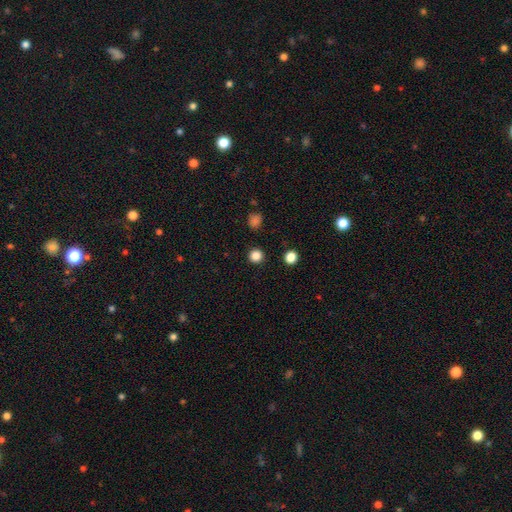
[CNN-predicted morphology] Smooth or featured?
  - smooth: 84% *
  - star or artifact: 13%
  - featured or disk: 3%
How rounded?
  - round: 94% *
  - in between: 5%
  - cigar-shaped: 1%
Merging?
  - none: 92% *
  - minor disturbance: 4%
  - major disturbance: 2%
  - merger: 2%